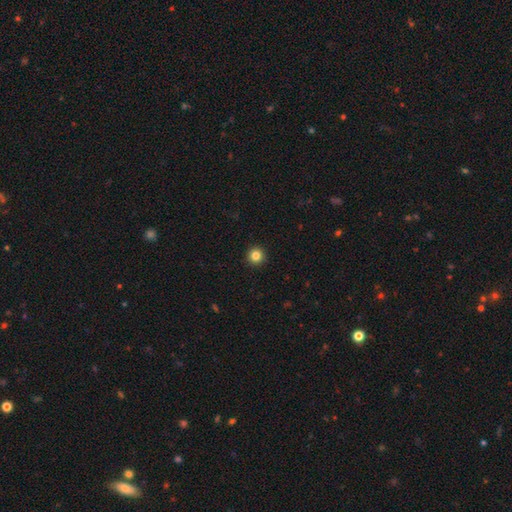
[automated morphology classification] Smooth or featured: smooth — 84% (star or artifact — 11%)
How rounded: round — 96% (in between — 3%)
Merging: none — 94% (minor disturbance — 4%)